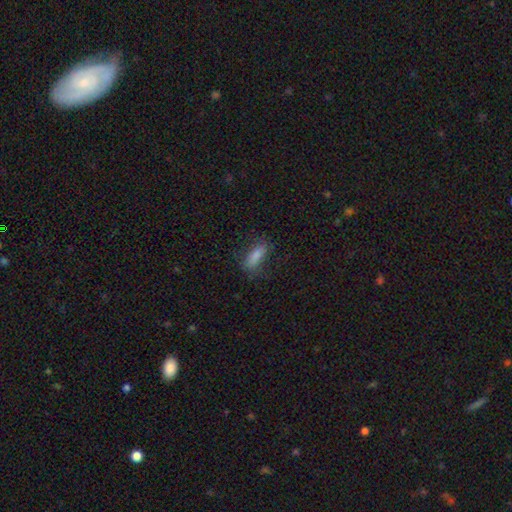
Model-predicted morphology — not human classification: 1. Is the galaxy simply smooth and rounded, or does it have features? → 77% smooth, 12% featured or disk, 10% star or artifact.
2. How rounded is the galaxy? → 49% cigar-shaped (tied), 49% in between (tied), 3% round.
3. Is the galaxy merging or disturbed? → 73% none, 18% minor disturbance, 7% major disturbance, 1% merger.